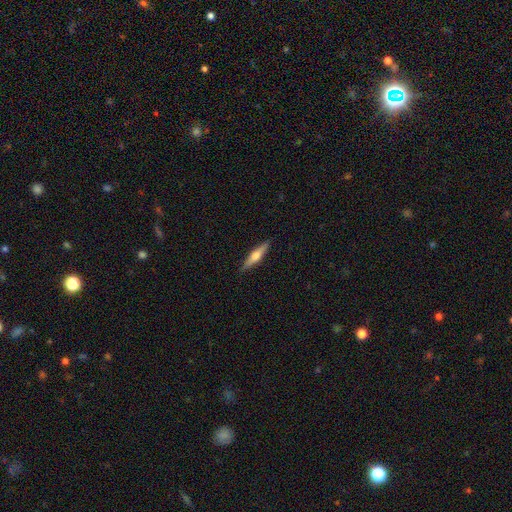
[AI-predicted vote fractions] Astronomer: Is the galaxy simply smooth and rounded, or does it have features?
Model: featured or disk — 58% (runner-up: smooth, 36%).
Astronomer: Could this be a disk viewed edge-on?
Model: yes — 96%.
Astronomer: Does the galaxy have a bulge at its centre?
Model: rounded — 90%.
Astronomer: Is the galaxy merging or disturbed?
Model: none — 90%.